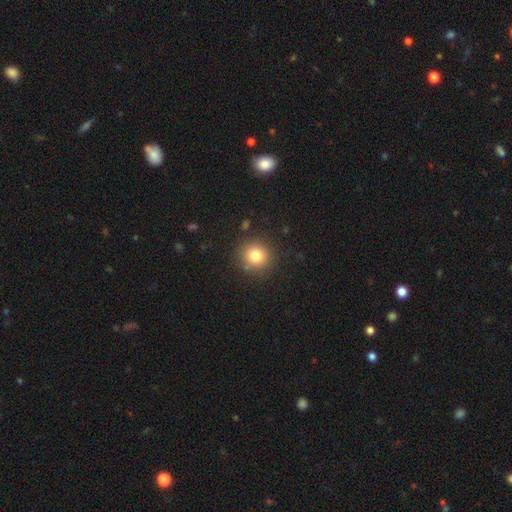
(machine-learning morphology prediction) smooth_or_featured: smooth (p=0.80) [alt: star or artifact p=0.12]
how_rounded: round (p=0.90) [alt: in between p=0.09]
merging: none (p=0.87) [alt: minor disturbance p=0.08]